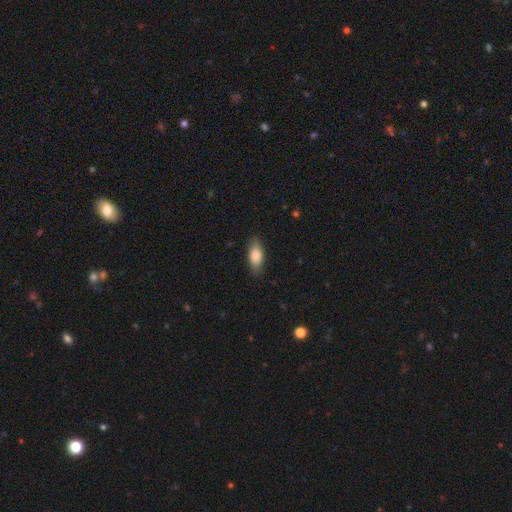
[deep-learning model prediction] Smooth or featured: smooth — 85% (featured or disk — 9%)
How rounded: in between — 86% (cigar-shaped — 10%)
Merging: none — 83% (minor disturbance — 13%)